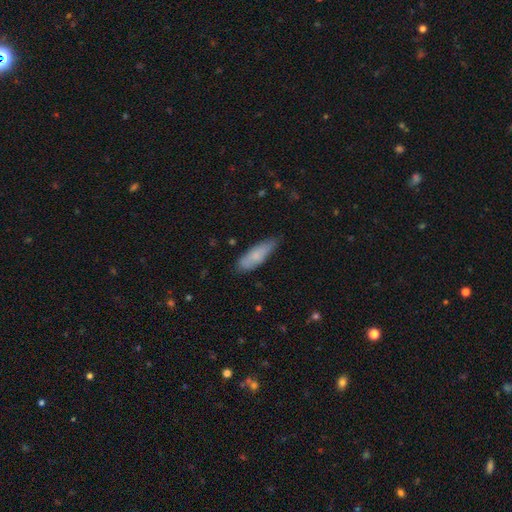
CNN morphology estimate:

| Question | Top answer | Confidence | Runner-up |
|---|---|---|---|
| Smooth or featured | smooth | 78% | featured or disk (16%) |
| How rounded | cigar-shaped | 53% | in between (46%) |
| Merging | none | 73% | minor disturbance (22%) |